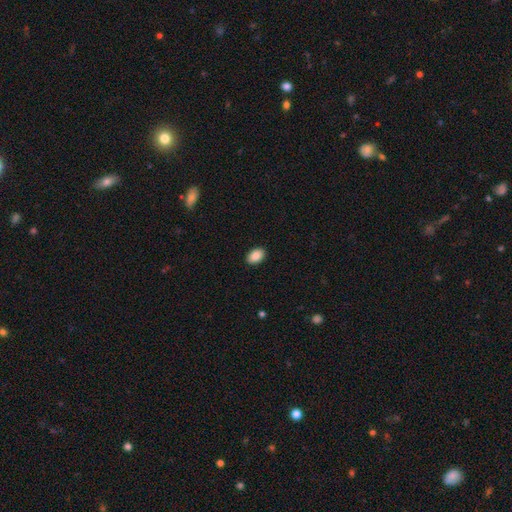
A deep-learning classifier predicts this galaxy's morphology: type=smooth (90%); roundness=in between (87%); merging=none (90%).